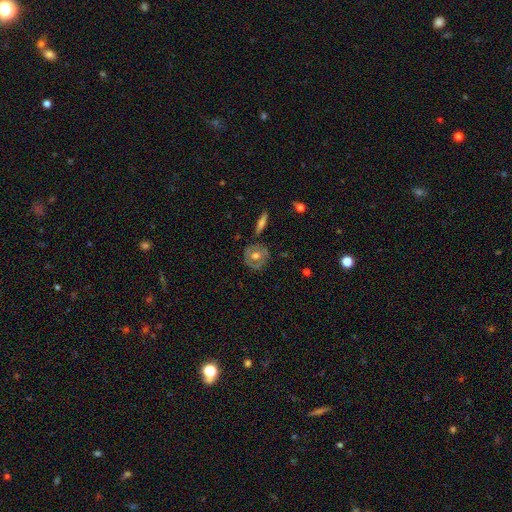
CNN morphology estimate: A featured or disk galaxy (53%).

Vote fractions:
- Smooth or featured? featured or disk: 53% / smooth: 41% / star or artifact: 6%
- Edge-on disk? no: 90% / yes: 10%
- Merging? none: 77% / minor disturbance: 14% / merger: 4% / major disturbance: 4%